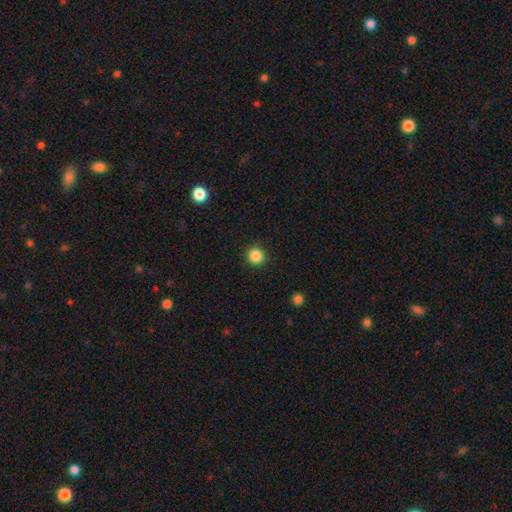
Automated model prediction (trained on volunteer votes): A smooth galaxy with no disk features (86%) that is round (94%). Merging: none (91%).